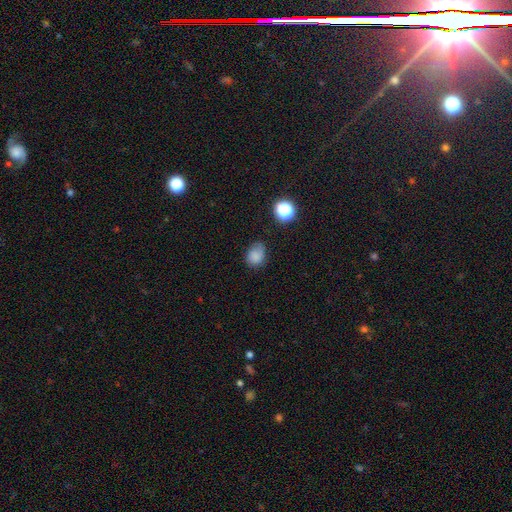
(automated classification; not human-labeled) Smooth or featured? smooth (78%)
How rounded? in between (57%)
Merging? none (54%)